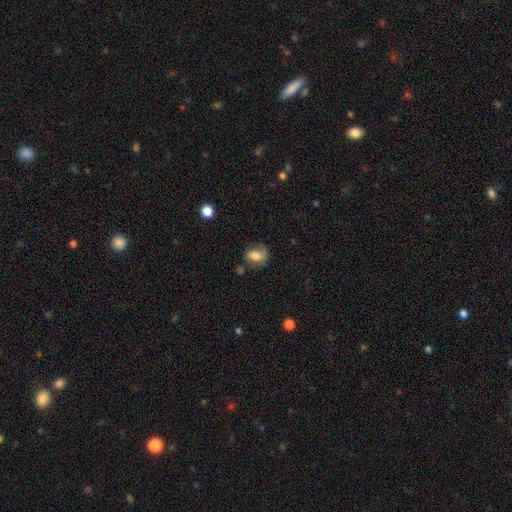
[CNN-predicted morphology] A smooth galaxy with no disk features (53%) that is in between round and cigar-shaped (66%).

Vote fractions:
- Smooth or featured? smooth: 53% / featured or disk: 38% / star or artifact: 9%
- How rounded? in between: 66% / round: 32% / cigar-shaped: 2%
- Merging? none: 59% / minor disturbance: 25% / major disturbance: 13% / merger: 4%